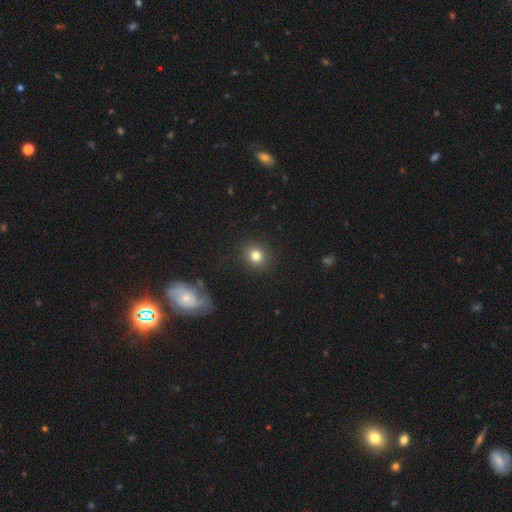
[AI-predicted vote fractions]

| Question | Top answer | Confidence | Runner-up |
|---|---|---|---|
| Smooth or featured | smooth | 80% | star or artifact (13%) |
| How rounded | round | 85% | in between (14%) |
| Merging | none | 90% | minor disturbance (6%) |